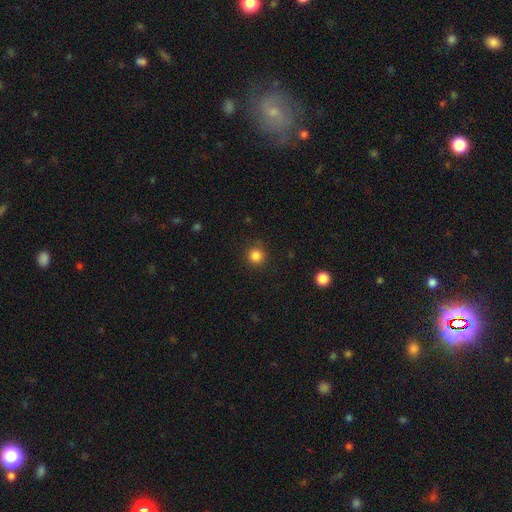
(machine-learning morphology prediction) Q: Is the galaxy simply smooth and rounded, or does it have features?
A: smooth — 85%.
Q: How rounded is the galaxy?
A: round — 94%.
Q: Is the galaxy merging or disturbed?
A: none — 87%.